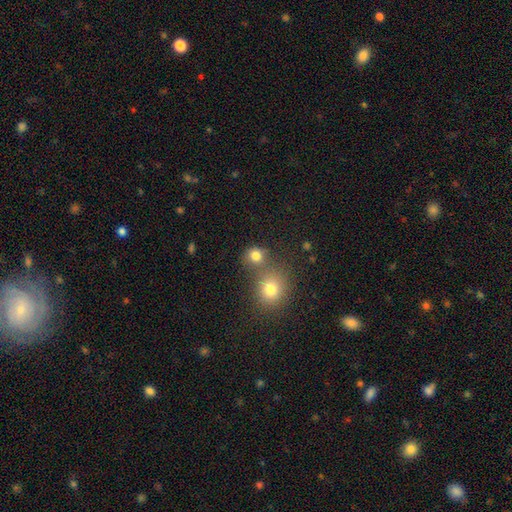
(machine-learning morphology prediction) Q: Smooth or featured?
A: smooth (80%); runner-up: star or artifact (13%)
Q: How rounded?
A: round (84%); runner-up: in between (15%)
Q: Merging?
A: none (56%); runner-up: merger (31%)